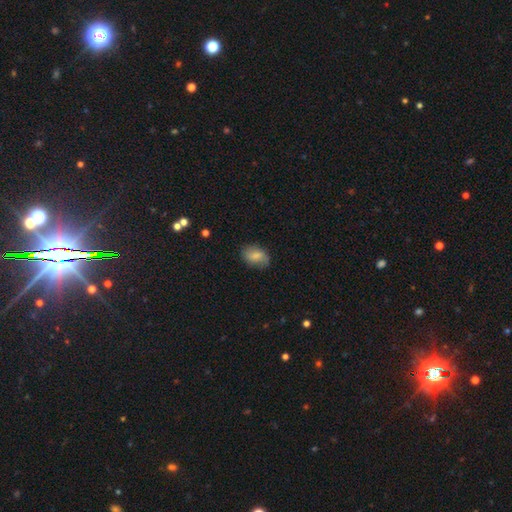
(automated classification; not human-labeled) This appears to be a smooth galaxy with no disk features (74%) that is in between round and cigar-shaped (84%). Merging: none (71%).